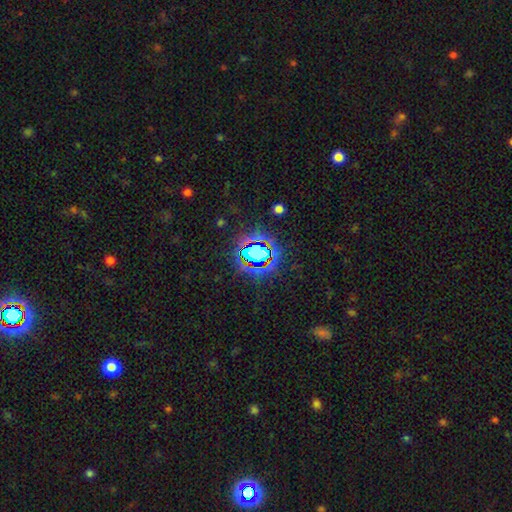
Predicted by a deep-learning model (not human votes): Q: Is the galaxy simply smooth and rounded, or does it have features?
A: star or artifact — 77%.